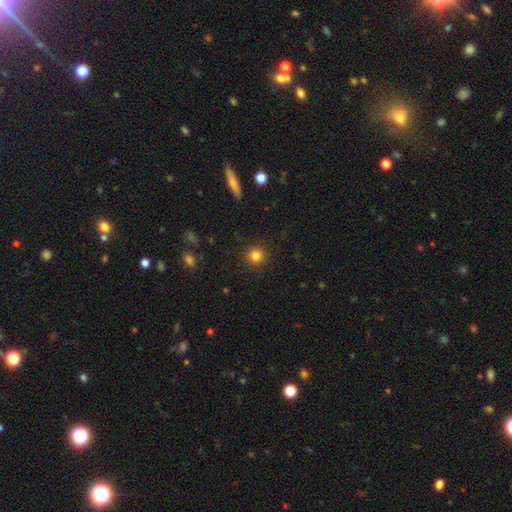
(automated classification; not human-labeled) Q: Smooth or featured?
A: smooth (83%); runner-up: star or artifact (12%)
Q: How rounded?
A: round (94%); runner-up: in between (5%)
Q: Merging?
A: none (91%); runner-up: minor disturbance (6%)